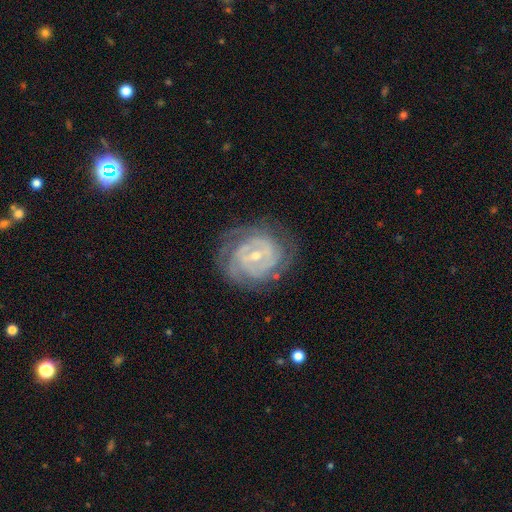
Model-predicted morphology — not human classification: A featured or disk galaxy (87%) with a weak bar (43%), 2 (27%, tied with can't tell) tight (77%) spiral arms (96%) and a small central bulge (65%).

Vote fractions:
- Smooth or featured? featured or disk: 87% / smooth: 7% / star or artifact: 6%
- Edge-on disk? no: 97% / yes: 3%
- Bar? weak: 43% / no: 38% / strong: 19%
- Spiral arms? yes: 96% / no: 4%
- Spiral winding? tight: 77% / medium: 20% / loose: 4%
- Spiral arm count? 2: 27% (tied) / can't tell: 27% (tied) / 3: 22% / 4: 12% / more than 4: 6% / 1: 5%
- Bulge size? small: 65% / moderate: 32% / large: 1% / none: 1% / dominant: 1%
- Merging? none: 76% / minor disturbance: 16% / major disturbance: 7% / merger: 1%